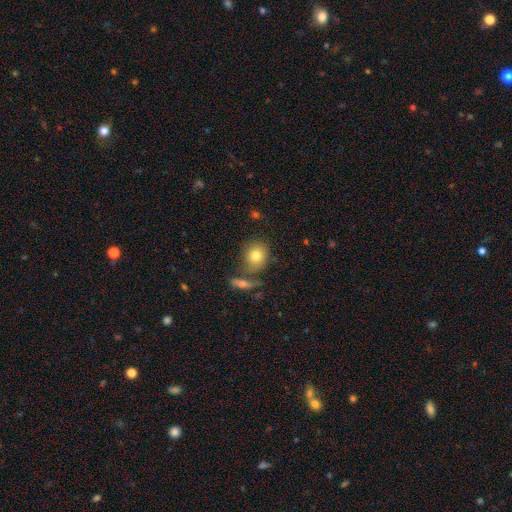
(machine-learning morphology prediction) This appears to be a smooth galaxy with no disk features (78%) that is round (70%). Merging: none (66%).